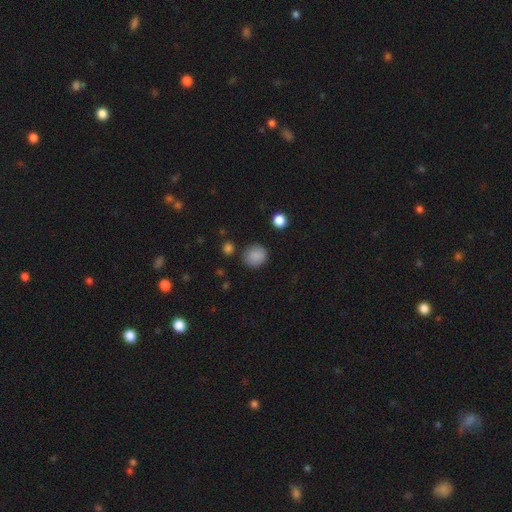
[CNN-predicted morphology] Smooth or featured?
  - smooth: 86% *
  - star or artifact: 10%
  - featured or disk: 4%
How rounded?
  - round: 84% *
  - in between: 15%
  - cigar-shaped: 1%
Merging?
  - none: 84% *
  - minor disturbance: 10%
  - major disturbance: 3%
  - merger: 3%